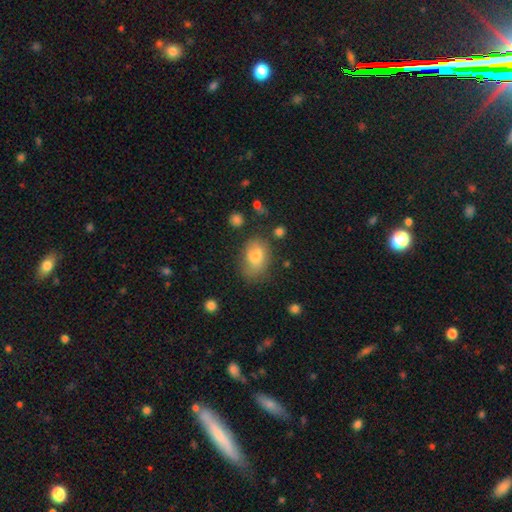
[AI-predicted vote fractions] Smooth or featured?
  - smooth: 77% *
  - featured or disk: 15%
  - star or artifact: 9%
How rounded?
  - in between: 81% *
  - round: 18%
  - cigar-shaped: 1%
Merging?
  - none: 54% *
  - minor disturbance: 30%
  - major disturbance: 12%
  - merger: 4%